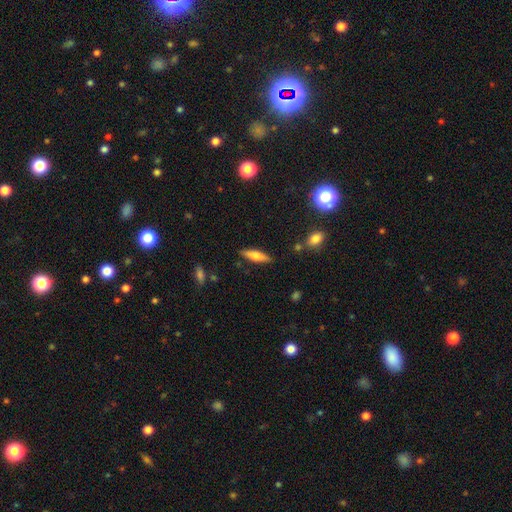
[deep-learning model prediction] smooth-or-featured: smooth: 64% | featured or disk: 29% | star or artifact: 7%
  how-rounded: cigar-shaped: 63% | in between: 35% | round: 2%
  merging: none: 85% | minor disturbance: 10% | major disturbance: 2% | merger: 2%